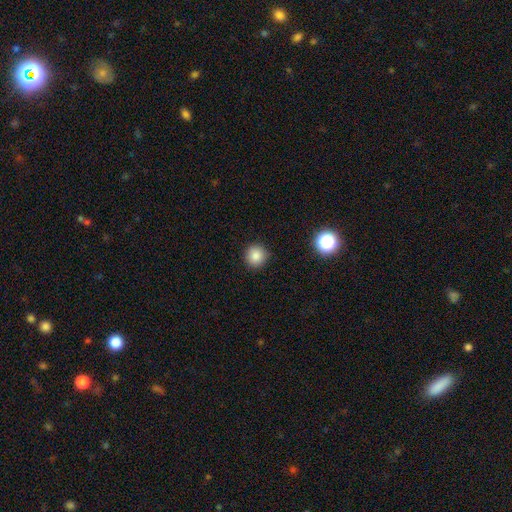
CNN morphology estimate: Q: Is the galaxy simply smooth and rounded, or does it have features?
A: smooth — 83%.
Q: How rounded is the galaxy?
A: round — 94%.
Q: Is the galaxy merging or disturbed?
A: none — 91%.